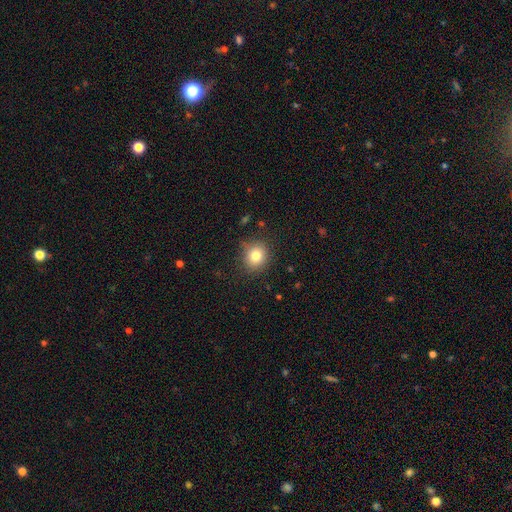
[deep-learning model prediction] Morphology: type=smooth (81%); roundness=round (82%); merging=none (83%).